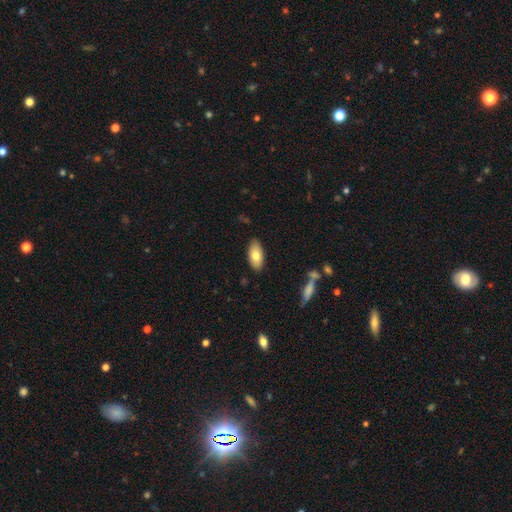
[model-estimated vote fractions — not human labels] Smooth or featured? Predicted: smooth (p=0.76). How rounded? Predicted: in between (p=0.90). Merging? Predicted: none (p=0.86).